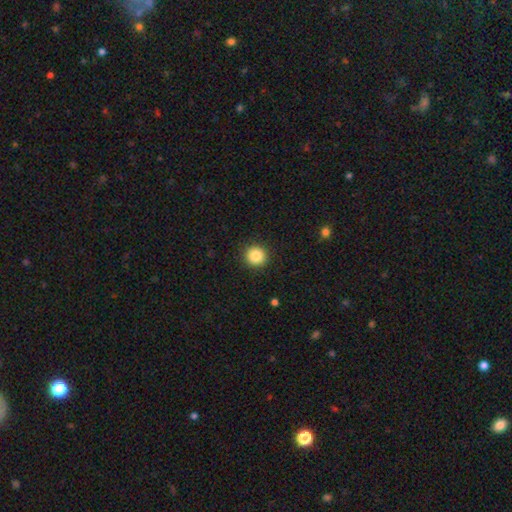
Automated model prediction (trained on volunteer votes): Smooth or featured? Predicted: smooth (p=0.87). How rounded? Predicted: round (p=0.94). Merging? Predicted: none (p=0.92).